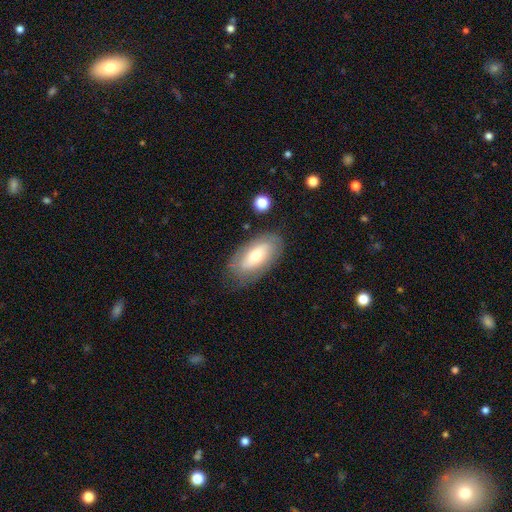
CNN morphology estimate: type=smooth (54%); roundness=in between (90%); merging=none (75%).